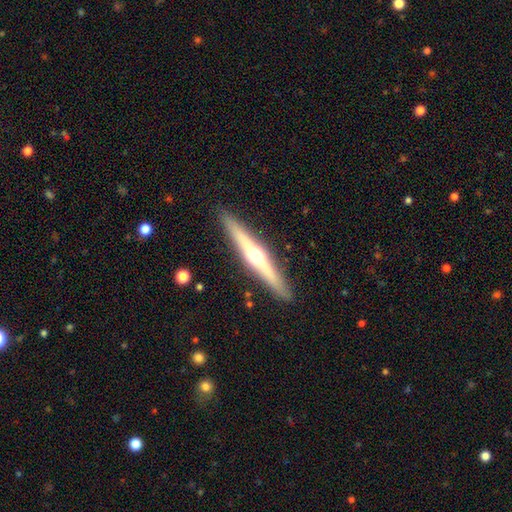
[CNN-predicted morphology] This appears to be a featured or disk galaxy (67%) viewed edge-on (96%) with a rounded central bulge (91%). Merging: none (90%).